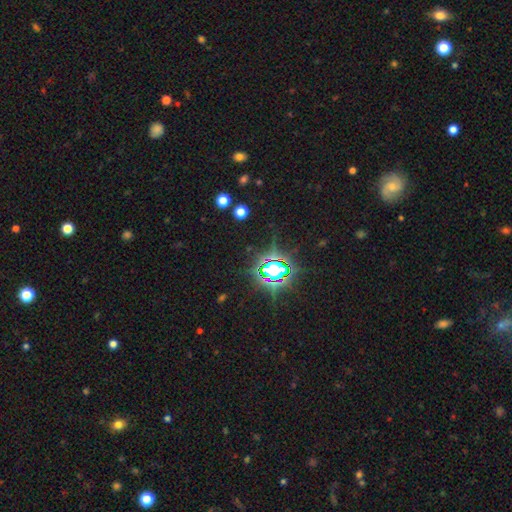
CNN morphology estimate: Smooth or featured? star or artifact (79%)